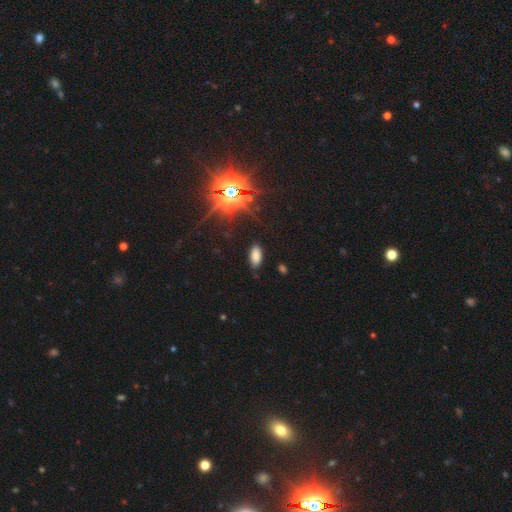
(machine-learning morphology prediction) Overall: smooth (73%). How rounded: in between (90%). Merging: none (86%).